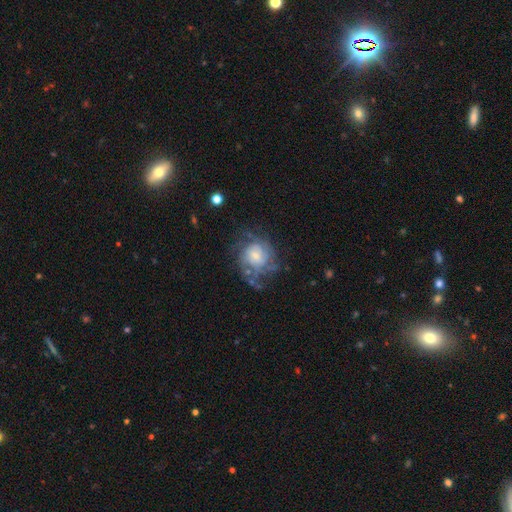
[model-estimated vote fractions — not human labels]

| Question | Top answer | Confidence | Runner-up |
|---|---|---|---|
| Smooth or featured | featured or disk | 69% | smooth (23%) |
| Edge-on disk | no | 98% | yes (2%) |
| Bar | no | 67% | weak (29%) |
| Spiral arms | yes | 81% | no (19%) |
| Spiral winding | tight | 52% | medium (33%) |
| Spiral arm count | can't tell | 50% | 2 (15%) |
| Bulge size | small | 58% | moderate (29%) |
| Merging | none | 52% | major disturbance (23%) |